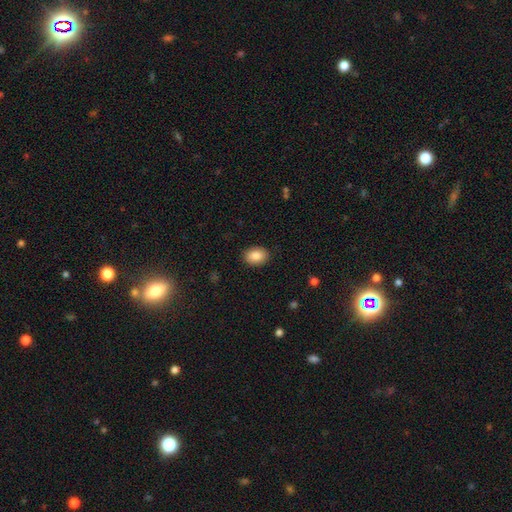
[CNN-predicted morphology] Q: Smooth or featured?
A: smooth (86%); runner-up: star or artifact (8%)
Q: How rounded?
A: in between (76%); runner-up: round (23%)
Q: Merging?
A: none (89%); runner-up: minor disturbance (8%)